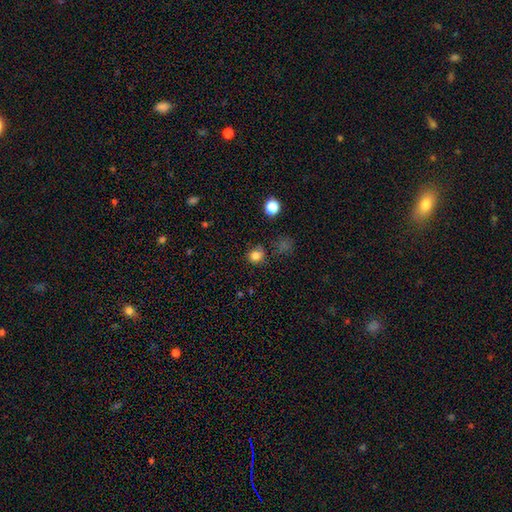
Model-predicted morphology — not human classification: Smooth or featured: smooth — 80% (star or artifact — 14%)
How rounded: round — 84% (in between — 15%)
Merging: none — 73% (minor disturbance — 18%)